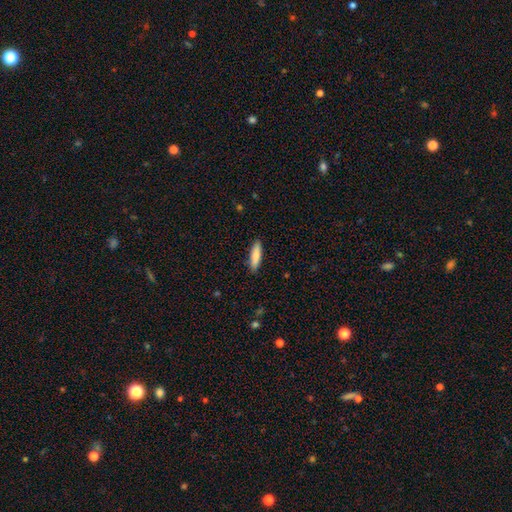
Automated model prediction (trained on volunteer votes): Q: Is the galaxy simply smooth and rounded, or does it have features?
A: smooth — 85%.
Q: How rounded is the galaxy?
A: cigar-shaped — 67%.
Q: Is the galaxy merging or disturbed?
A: none — 89%.